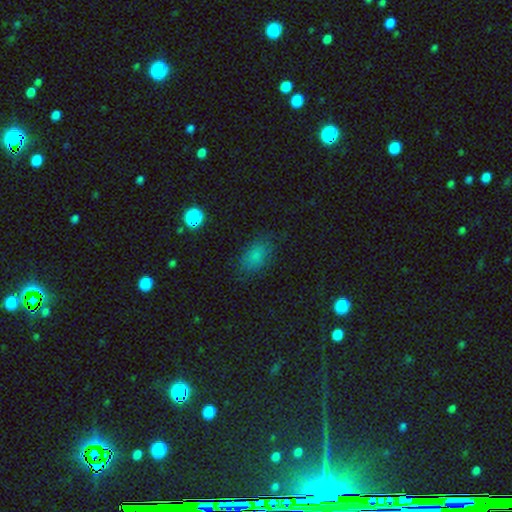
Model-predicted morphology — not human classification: Q: Smooth or featured?
A: smooth (79%); runner-up: star or artifact (14%)
Q: How rounded?
A: in between (88%); runner-up: round (9%)
Q: Merging?
A: none (79%); runner-up: minor disturbance (15%)